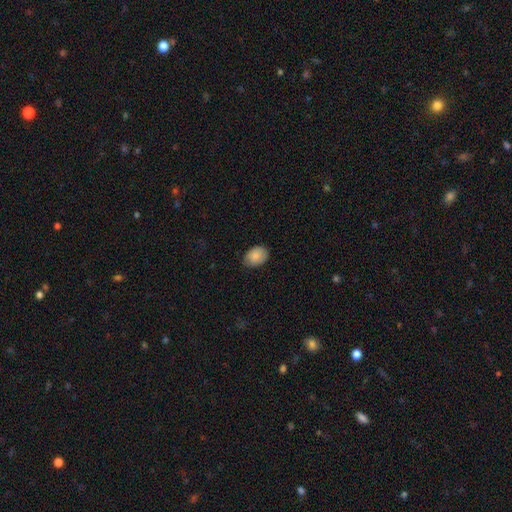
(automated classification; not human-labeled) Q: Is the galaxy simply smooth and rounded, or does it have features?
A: smooth — 84%.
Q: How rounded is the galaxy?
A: in between — 74%.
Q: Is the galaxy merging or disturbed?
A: none — 72%.